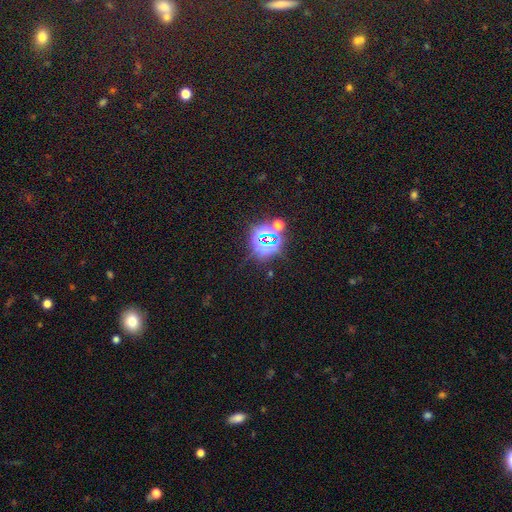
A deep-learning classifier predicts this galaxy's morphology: Overall: star or artifact (76%).